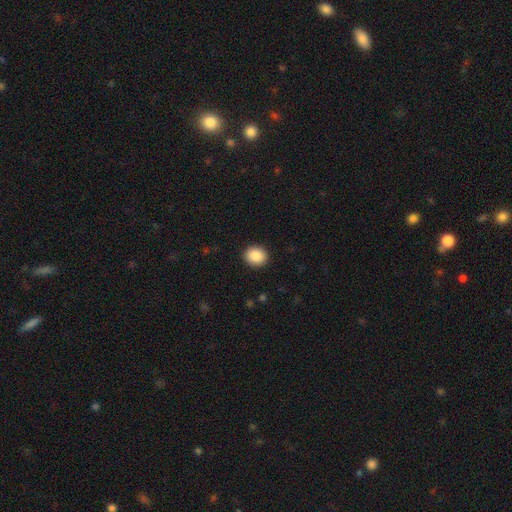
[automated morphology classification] Smooth or featured? smooth (89%)
How rounded? round (72%)
Merging? none (91%)